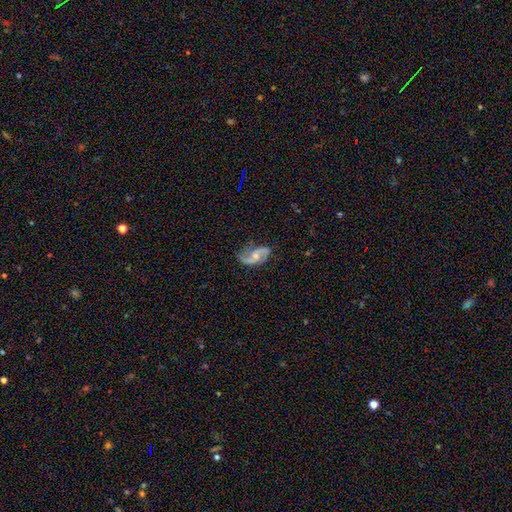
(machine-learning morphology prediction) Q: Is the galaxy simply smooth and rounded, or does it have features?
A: featured or disk — 84%.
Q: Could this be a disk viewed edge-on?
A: no — 97%.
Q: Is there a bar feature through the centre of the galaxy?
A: no — 52%.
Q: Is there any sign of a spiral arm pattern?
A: yes — 96%.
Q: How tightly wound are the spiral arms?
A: loose — 65%.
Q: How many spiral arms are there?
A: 2 — 93%.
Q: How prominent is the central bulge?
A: moderate — 49%.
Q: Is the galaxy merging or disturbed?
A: none — 74%.